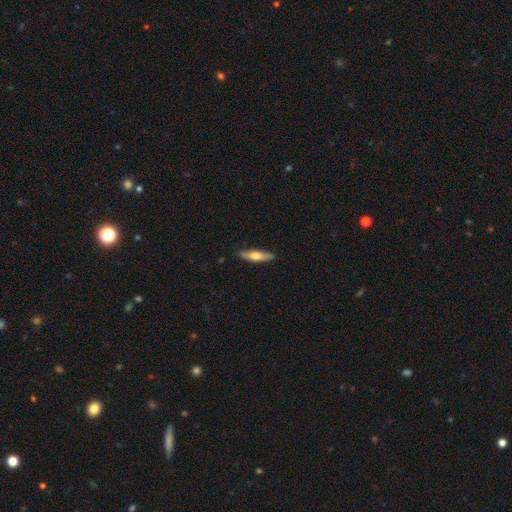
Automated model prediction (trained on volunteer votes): smooth_or_featured: smooth (p=0.55) [alt: featured or disk p=0.40]
how_rounded: cigar-shaped (p=0.76) [alt: in between p=0.22]
merging: none (p=0.87) [alt: minor disturbance p=0.10]